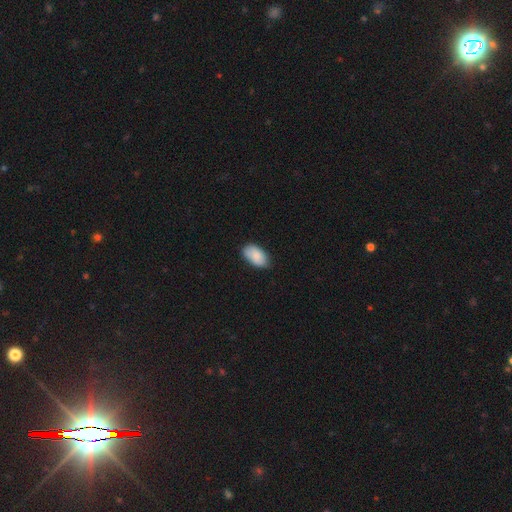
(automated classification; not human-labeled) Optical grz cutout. It shows a smooth galaxy with no disk features (85%) that is in between round and cigar-shaped (95%). Merging: none (77%).